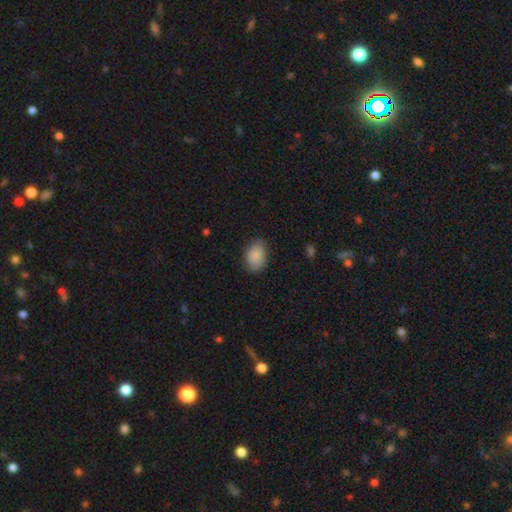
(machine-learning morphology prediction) This is clearly a smooth galaxy (88%). How rounded: clearly in between (85%). Merging: likely none (78%).